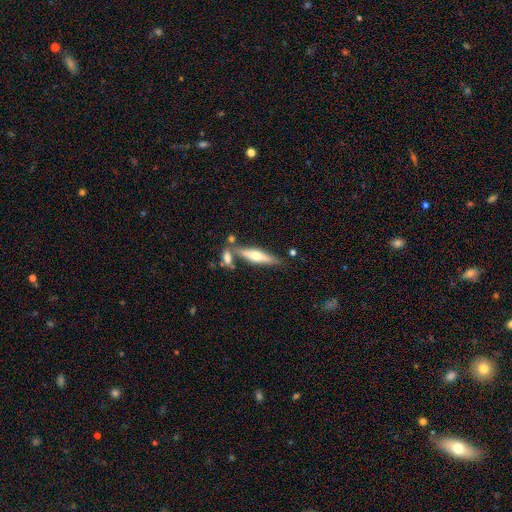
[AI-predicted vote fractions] Smooth or featured: featured or disk — 52% (smooth — 42%)
Edge-on disk: yes — 90% (no — 10%)
Merging: none — 64% (merger — 20%)